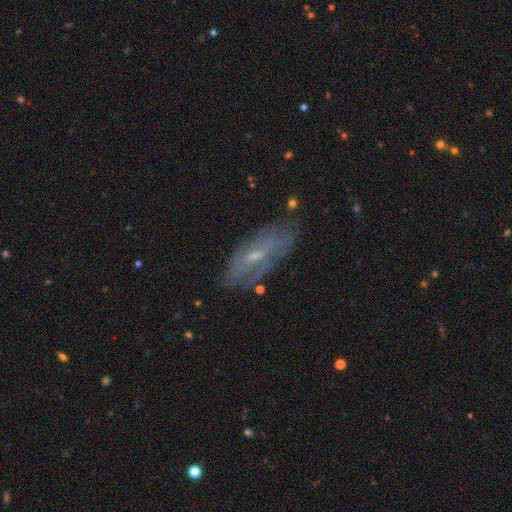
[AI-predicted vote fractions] A featured or disk galaxy (60%). Merging: none (70%).